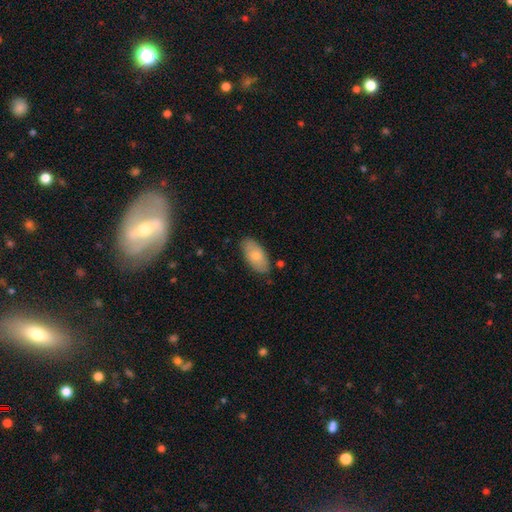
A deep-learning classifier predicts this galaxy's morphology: The model was most divided on "smooth or featured": smooth: 78%, featured or disk: 17%, star or artifact: 6%. More confident: how rounded — in between (93%); merging — none (80%).